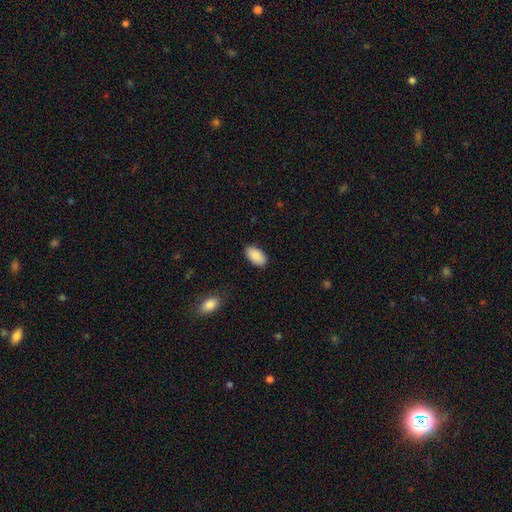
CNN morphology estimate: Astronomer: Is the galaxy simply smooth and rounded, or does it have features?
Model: smooth — 90%.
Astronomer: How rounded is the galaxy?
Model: in between — 95%.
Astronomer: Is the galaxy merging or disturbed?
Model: none — 87%.